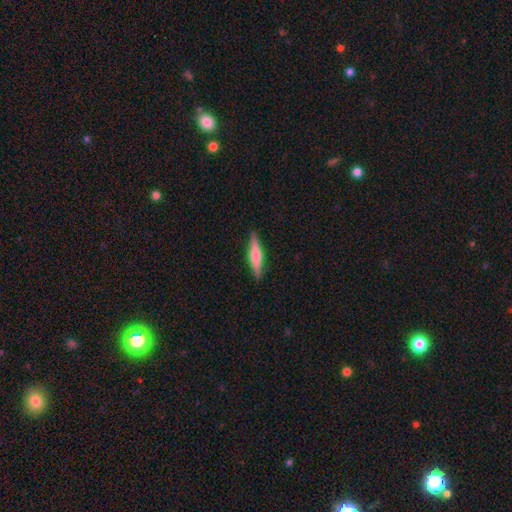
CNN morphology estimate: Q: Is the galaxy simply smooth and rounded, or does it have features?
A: smooth — 58%.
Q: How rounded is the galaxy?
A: cigar-shaped — 85%.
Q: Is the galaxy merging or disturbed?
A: none — 89%.